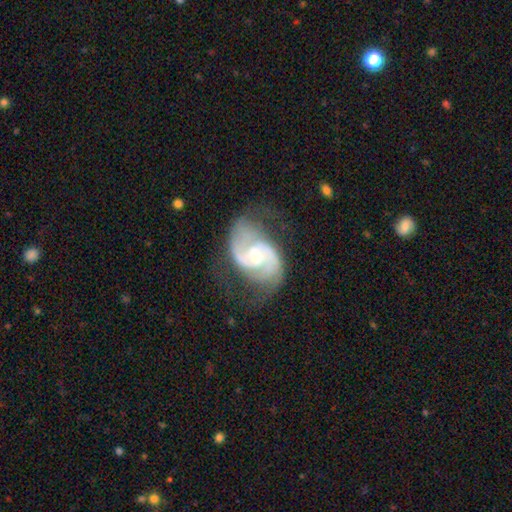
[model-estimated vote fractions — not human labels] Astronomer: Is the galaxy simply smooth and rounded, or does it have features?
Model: featured or disk — 90%.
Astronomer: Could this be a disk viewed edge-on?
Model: no — 98%.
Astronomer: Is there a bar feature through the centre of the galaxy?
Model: weak — 57%.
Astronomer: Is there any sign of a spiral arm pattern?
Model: yes — 97%.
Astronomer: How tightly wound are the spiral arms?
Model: medium — 55%.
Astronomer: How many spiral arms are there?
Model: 2 — 87%.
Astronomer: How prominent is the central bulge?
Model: moderate — 51% (runner-up: small, 42%).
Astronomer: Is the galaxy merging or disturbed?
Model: none — 61%.